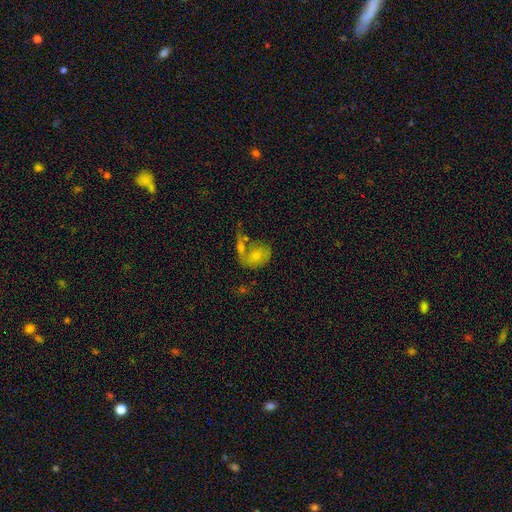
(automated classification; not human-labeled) smooth 65%, featured or disk 26%, star or artifact 9%. Down the decision tree: how rounded — in between (62%); merging — merger (43%).